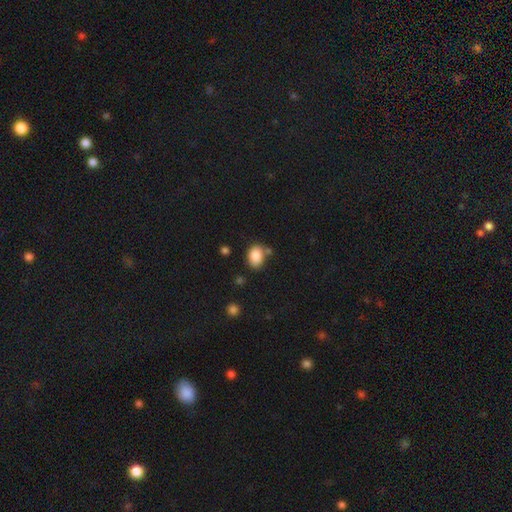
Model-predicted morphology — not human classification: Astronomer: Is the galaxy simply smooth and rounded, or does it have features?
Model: smooth — 86%.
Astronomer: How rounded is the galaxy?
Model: in between — 70%.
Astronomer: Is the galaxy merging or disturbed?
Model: none — 65%.